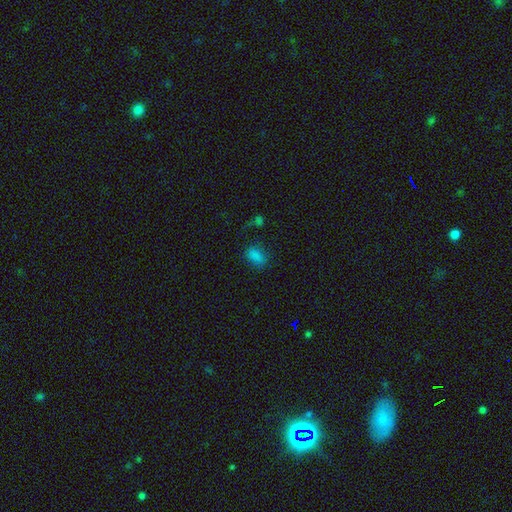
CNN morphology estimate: The model was most divided on "merging": none: 69%, minor disturbance: 19%, major disturbance: 8%, merger: 4%. More confident: how rounded — in between (85%); smooth or featured — smooth (79%).